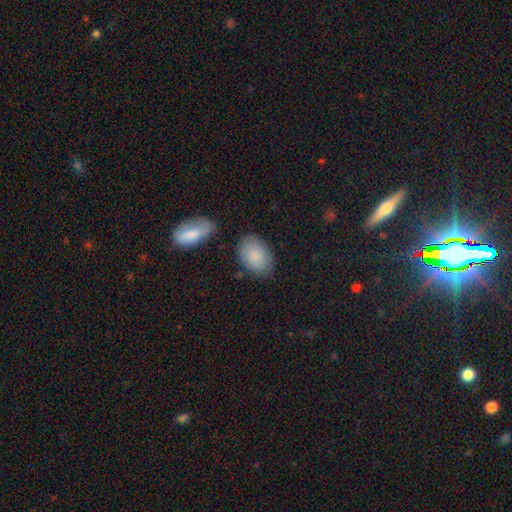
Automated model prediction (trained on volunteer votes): smooth-or-featured: smooth: 87% | featured or disk: 8% | star or artifact: 6%
  how-rounded: in between: 91% | round: 8% | cigar-shaped: 1%
  merging: none: 76% | minor disturbance: 16% | merger: 5% | major disturbance: 4%